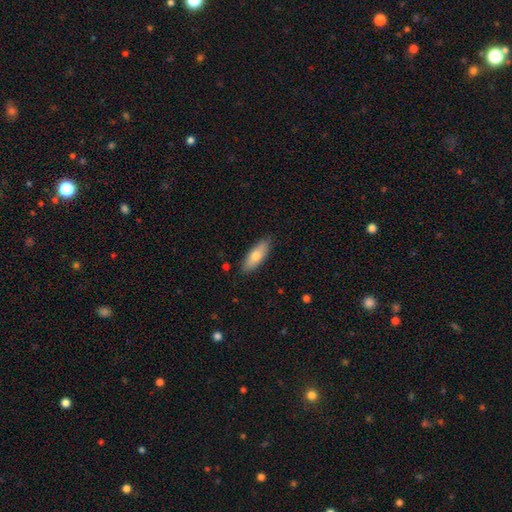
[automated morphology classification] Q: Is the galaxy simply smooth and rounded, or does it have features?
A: smooth — 74%.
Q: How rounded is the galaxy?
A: in between — 68%.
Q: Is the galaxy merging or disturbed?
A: none — 86%.